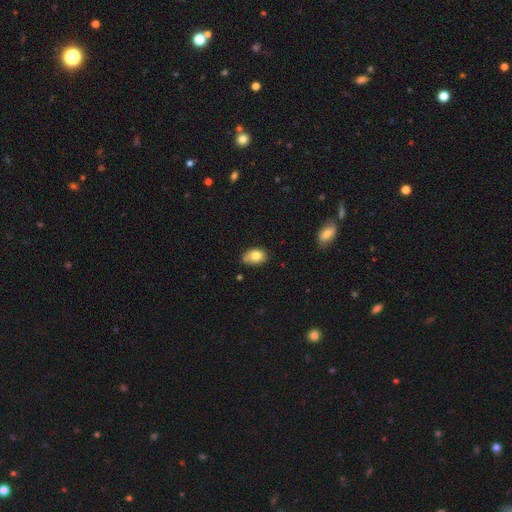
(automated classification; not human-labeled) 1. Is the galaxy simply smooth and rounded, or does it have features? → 80% smooth, 11% featured or disk, 9% star or artifact.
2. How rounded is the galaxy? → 81% in between, 18% round, 1% cigar-shaped.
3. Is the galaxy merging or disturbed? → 60% none, 32% minor disturbance, 5% major disturbance, 3% merger.